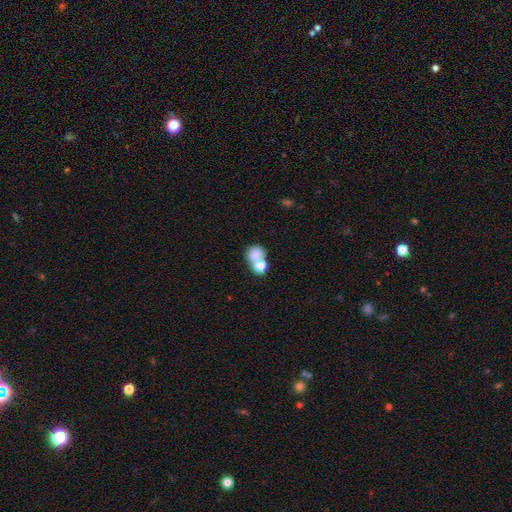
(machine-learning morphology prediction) smooth 77%, featured or disk 13%, star or artifact 10%. Down the decision tree: how rounded — round (63%); merging — merger (60%).